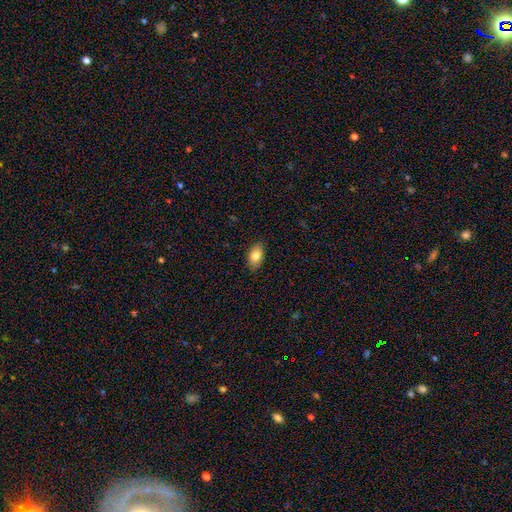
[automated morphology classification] Smooth or featured? smooth (83%)
How rounded? in between (92%)
Merging? none (86%)